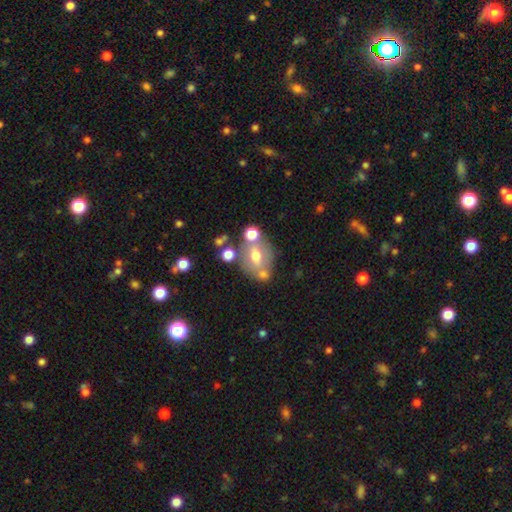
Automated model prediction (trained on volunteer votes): The model was most divided on "how rounded": in between: 56%, round: 43%, cigar-shaped: 2%. Remaining: smooth or featured — smooth (51%); merging — none (50%).